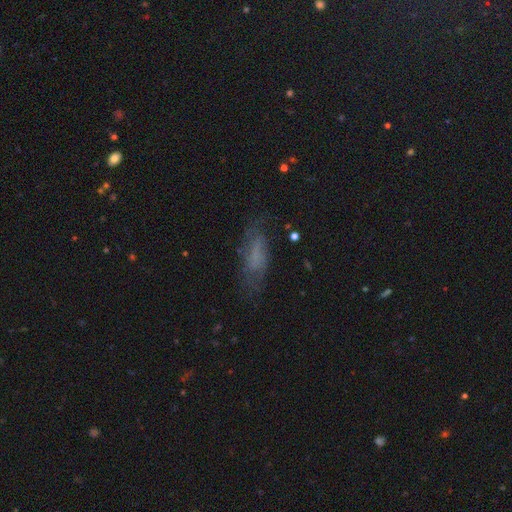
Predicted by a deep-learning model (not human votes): A smooth galaxy with no disk features (51%) that is in between round and cigar-shaped (59%).

Vote fractions:
- Smooth or featured? smooth: 51% / featured or disk: 36% / star or artifact: 14%
- How rounded? in between: 59% / cigar-shaped: 38% / round: 3%
- Merging? none: 60% / minor disturbance: 23% / major disturbance: 15% / merger: 2%